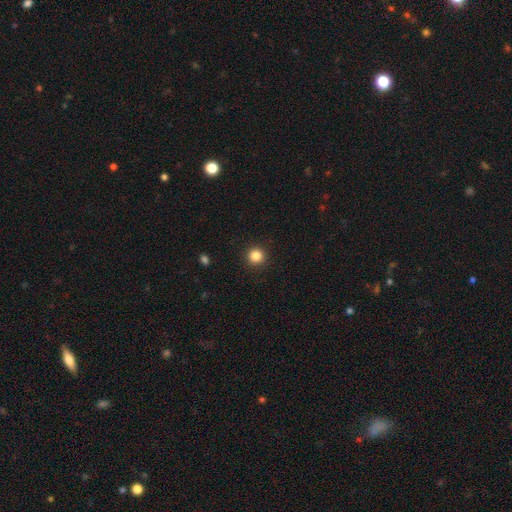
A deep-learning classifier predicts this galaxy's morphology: This is clearly a smooth galaxy (85%). How rounded: clearly round (95%). Merging: clearly none (92%).